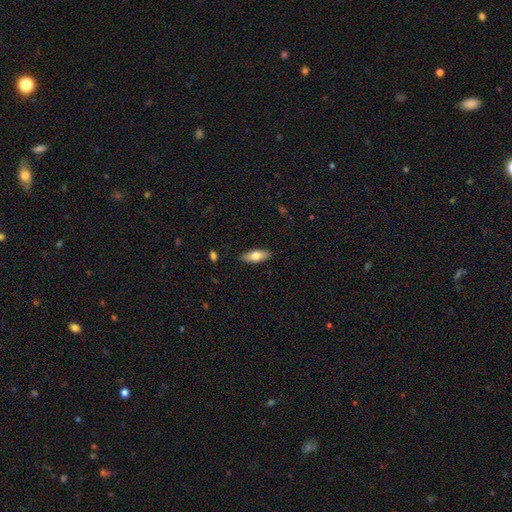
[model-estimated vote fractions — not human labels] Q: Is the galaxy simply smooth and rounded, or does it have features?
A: smooth — 70%.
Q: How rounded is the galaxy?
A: in between — 71%.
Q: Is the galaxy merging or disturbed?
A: none — 88%.